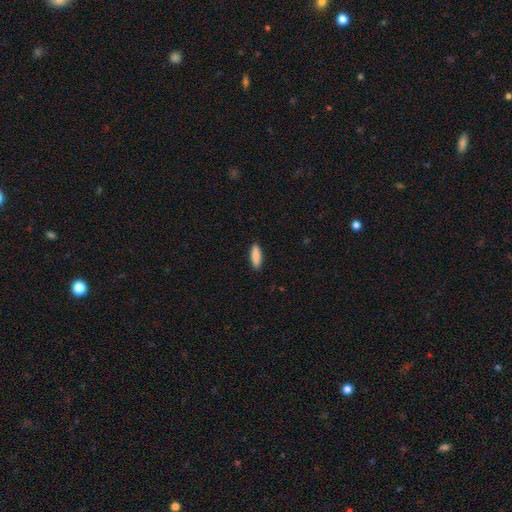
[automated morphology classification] This is clearly a smooth galaxy (87%). How rounded: possibly cigar-shaped (54%). Merging: clearly none (90%).